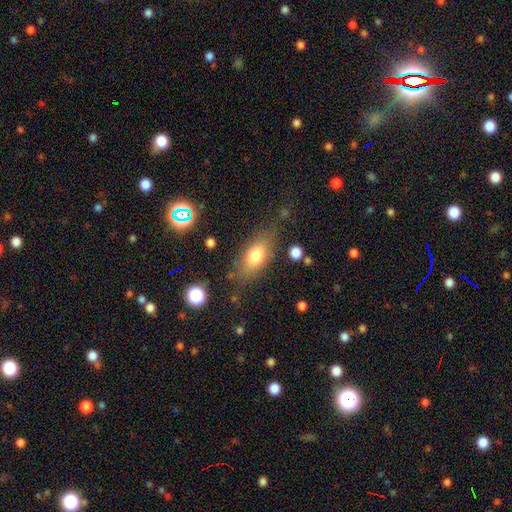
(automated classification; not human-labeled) This is likely a smooth galaxy (74%). How rounded: clearly in between (81%). Merging: likely none (74%).